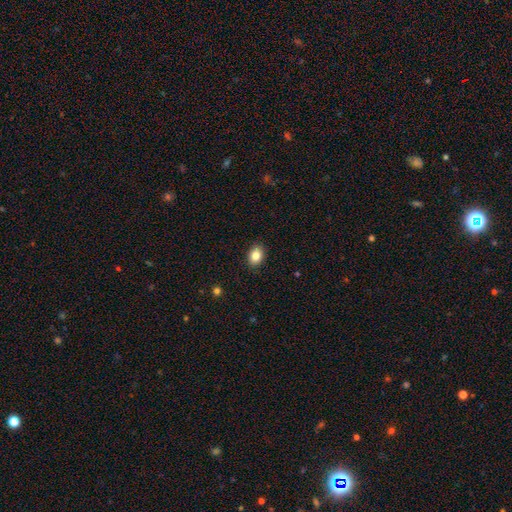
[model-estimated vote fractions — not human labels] Q: Smooth or featured?
A: smooth (84%); runner-up: star or artifact (9%)
Q: How rounded?
A: in between (70%); runner-up: round (29%)
Q: Merging?
A: none (89%); runner-up: minor disturbance (8%)